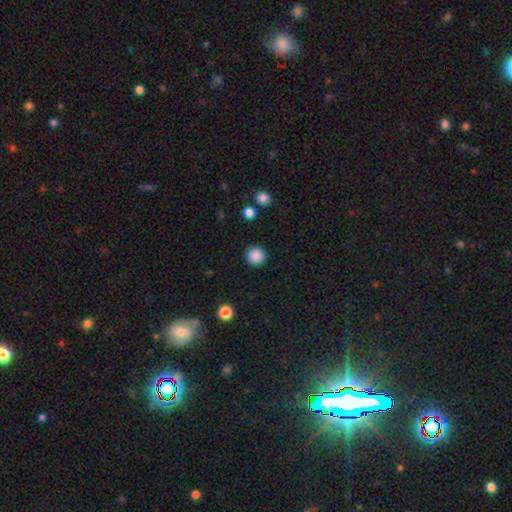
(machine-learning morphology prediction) Overall: smooth (88%). How rounded: round (95%). Merging: none (91%).